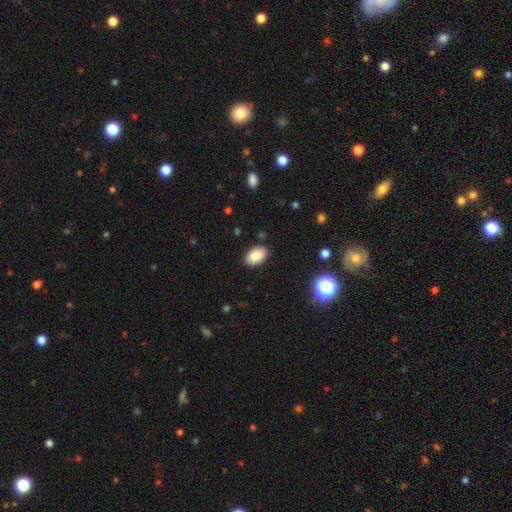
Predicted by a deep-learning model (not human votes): A smooth galaxy with no disk features (86%) that is in between round and cigar-shaped (93%).

Vote fractions:
- Smooth or featured? smooth: 86% / star or artifact: 8% / featured or disk: 6%
- How rounded? in between: 93% / round: 6% / cigar-shaped: 1%
- Merging? none: 88% / minor disturbance: 9% / major disturbance: 2% / merger: 1%